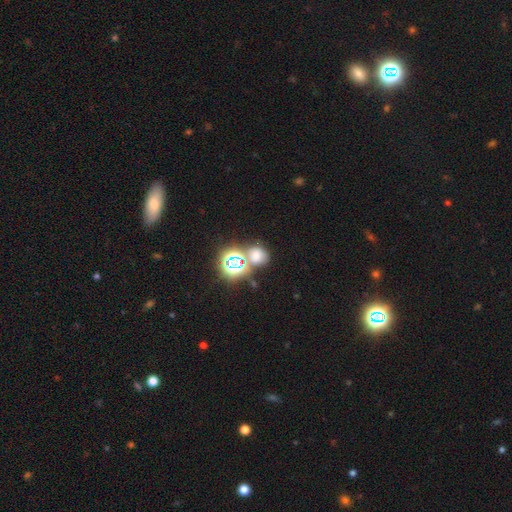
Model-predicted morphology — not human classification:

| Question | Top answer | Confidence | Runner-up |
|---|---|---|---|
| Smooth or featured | smooth | 53% | star or artifact (38%) |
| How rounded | round | 67% | in between (32%) |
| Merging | none | 56% | merger (27%) |